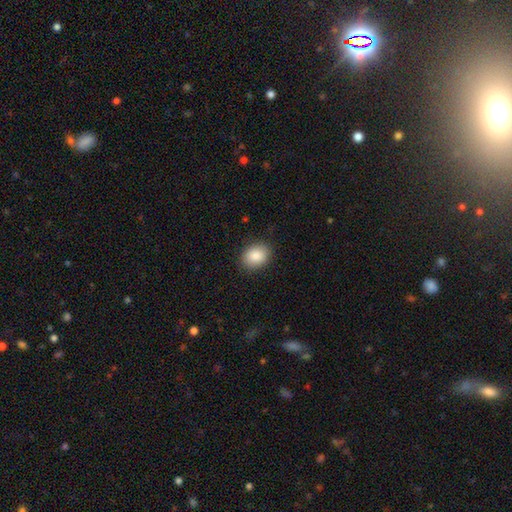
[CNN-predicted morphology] A smooth galaxy with no disk features (88%) that is in between round and cigar-shaped (62%). Merging: none (87%).